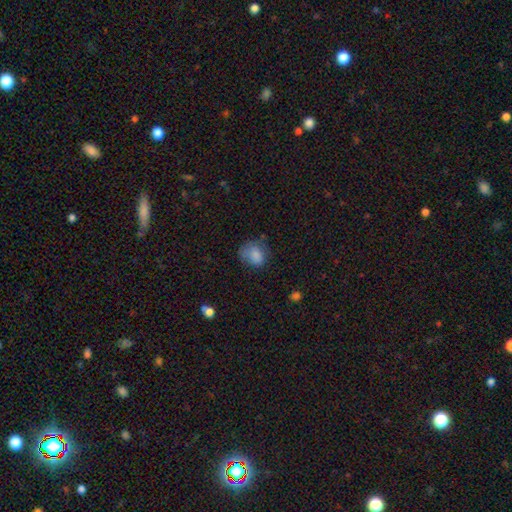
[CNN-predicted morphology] Overall: smooth (80%). How rounded: round (50%; in between 48%). Merging: none (50%; minor disturbance 31%).